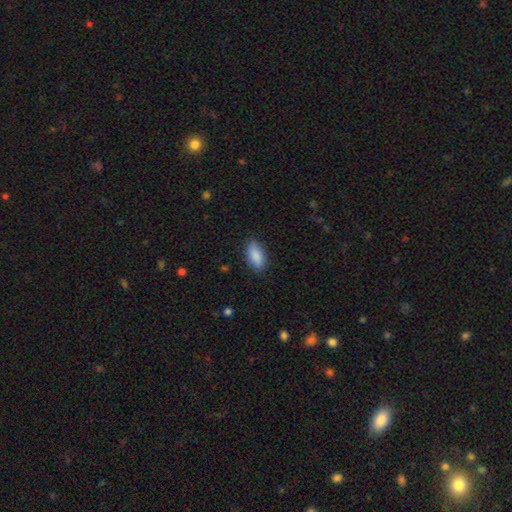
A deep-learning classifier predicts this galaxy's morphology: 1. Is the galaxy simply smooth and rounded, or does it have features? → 89% smooth, 6% star or artifact, 5% featured or disk.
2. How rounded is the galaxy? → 91% in between, 6% cigar-shaped, 3% round.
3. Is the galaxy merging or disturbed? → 84% none, 12% minor disturbance, 3% major disturbance, 1% merger.